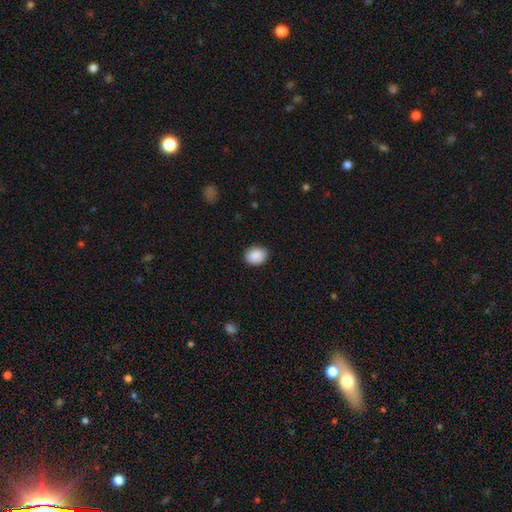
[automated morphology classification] Overall: smooth (90%). How rounded: in between (64%; round 35%). Merging: none (88%).